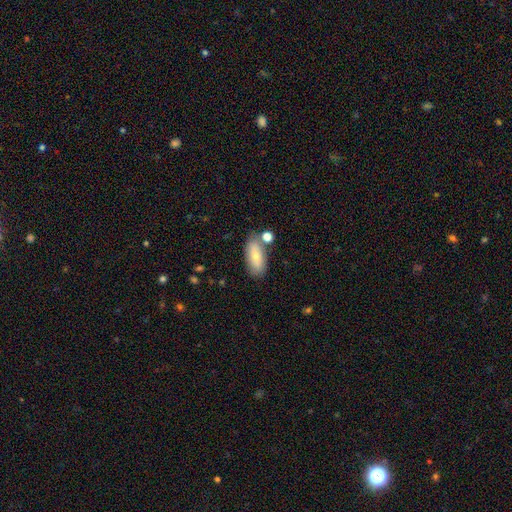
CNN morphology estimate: A smooth galaxy with no disk features (69%) that is in between round and cigar-shaped (85%).

Vote fractions:
- Smooth or featured? smooth: 69% / featured or disk: 24% / star or artifact: 7%
- How rounded? in between: 85% / cigar-shaped: 11% / round: 3%
- Merging? none: 70% / minor disturbance: 15% / merger: 12% / major disturbance: 4%